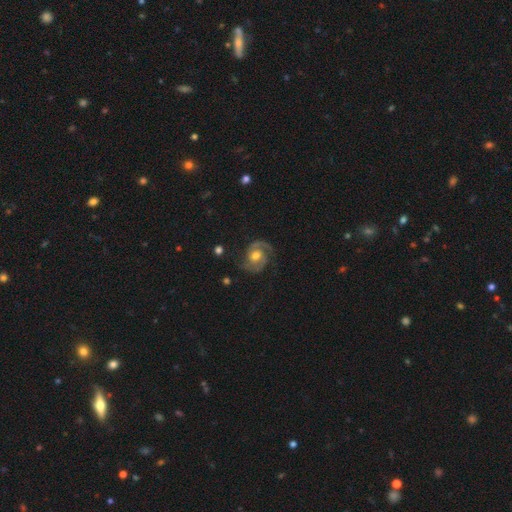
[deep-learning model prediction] Smooth or featured? Predicted: featured or disk (p=0.88). Edge-on disk? Predicted: no (p=0.98). Bar? Predicted: no (p=0.64). Spiral arms? Predicted: yes (p=0.97). Spiral winding? Predicted: medium (p=0.50). Spiral arm count? Predicted: 2 (p=0.89). Bulge size? Predicted: moderate (p=0.72). Merging? Predicted: none (p=0.74).